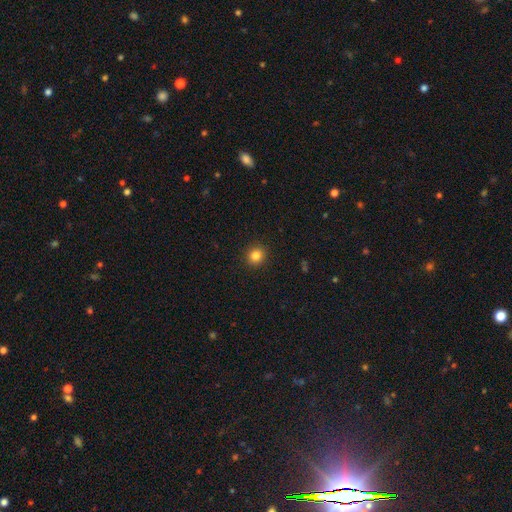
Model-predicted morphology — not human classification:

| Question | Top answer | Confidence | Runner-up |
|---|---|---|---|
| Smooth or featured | smooth | 84% | star or artifact (11%) |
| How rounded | round | 89% | in between (10%) |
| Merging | none | 92% | minor disturbance (5%) |